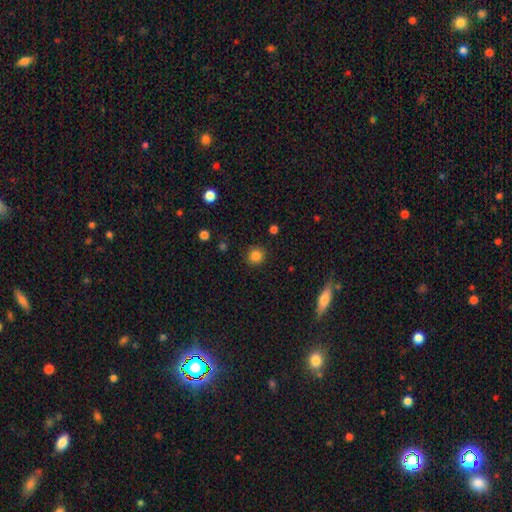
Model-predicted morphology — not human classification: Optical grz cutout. It shows a smooth galaxy with no disk features (84%) that is round (92%). Merging: none (89%).